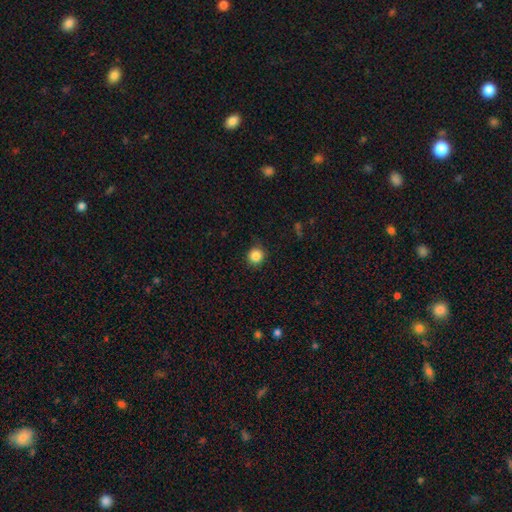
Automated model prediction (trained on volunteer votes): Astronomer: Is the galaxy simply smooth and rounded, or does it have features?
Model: smooth — 86%.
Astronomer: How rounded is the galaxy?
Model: round — 92%.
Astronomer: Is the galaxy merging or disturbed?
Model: none — 86%.